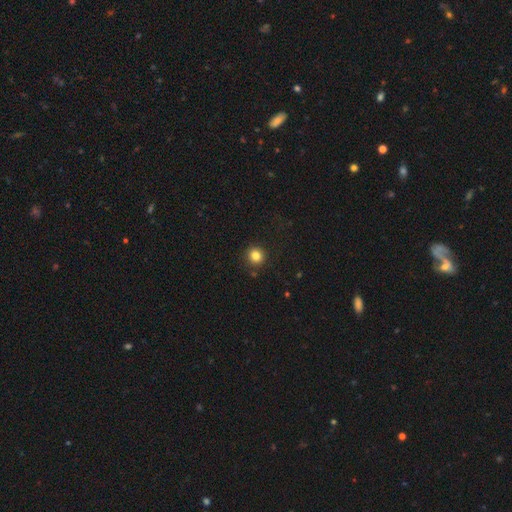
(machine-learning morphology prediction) Smooth or featured: smooth — 83% (star or artifact — 12%)
How rounded: round — 93% (in between — 6%)
Merging: none — 90% (minor disturbance — 6%)